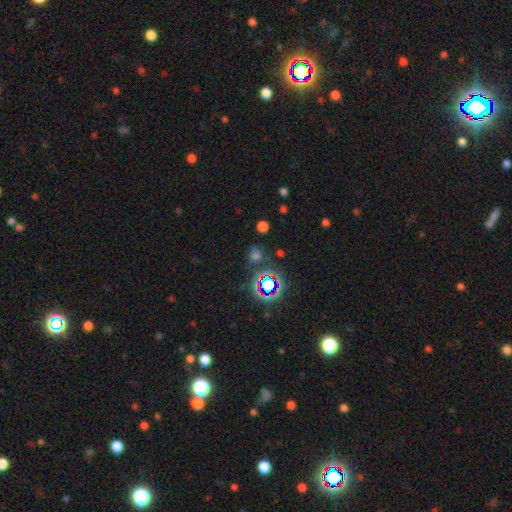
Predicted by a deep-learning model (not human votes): Morphology: type=smooth (48%); merging=none (79%).